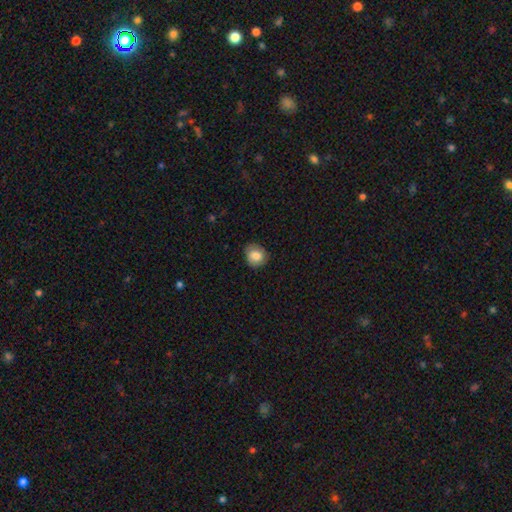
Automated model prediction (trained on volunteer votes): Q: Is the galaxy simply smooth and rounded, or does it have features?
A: smooth — 81%.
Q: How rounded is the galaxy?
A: round — 80%.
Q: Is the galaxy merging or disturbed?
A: none — 75%.